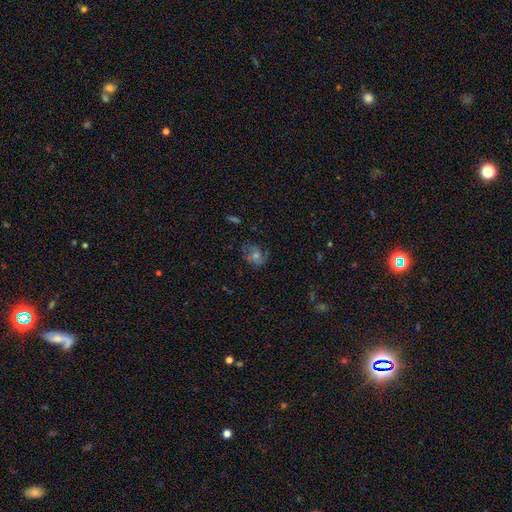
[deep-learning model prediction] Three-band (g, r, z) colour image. It shows a featured or disk galaxy (49%). Merging: none (68%).